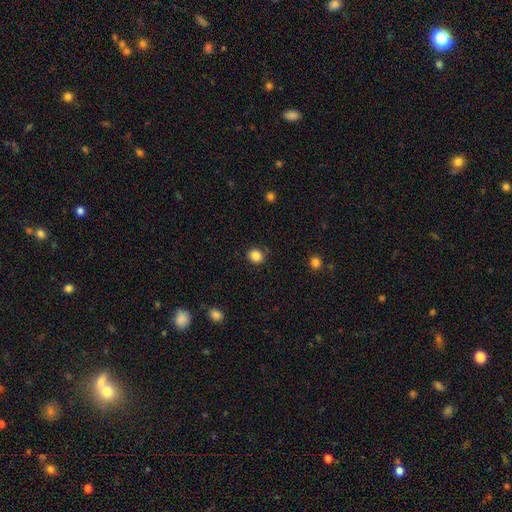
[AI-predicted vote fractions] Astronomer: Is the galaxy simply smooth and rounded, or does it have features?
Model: smooth — 86%.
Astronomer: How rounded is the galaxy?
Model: round — 79%.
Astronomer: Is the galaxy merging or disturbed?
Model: none — 88%.